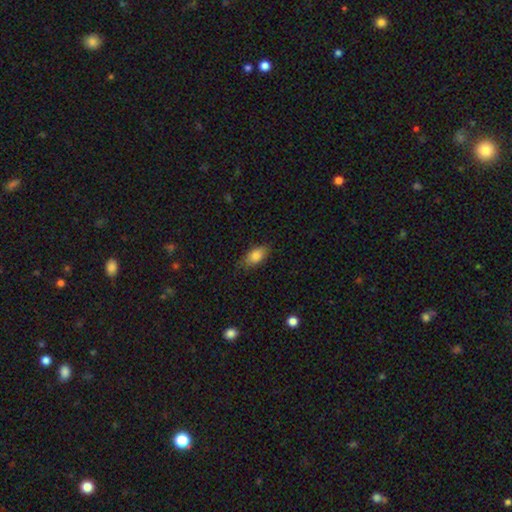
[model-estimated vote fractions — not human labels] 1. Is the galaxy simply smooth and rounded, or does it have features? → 84% smooth, 8% featured or disk, 8% star or artifact.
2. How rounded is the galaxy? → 88% in between, 6% cigar-shaped, 6% round.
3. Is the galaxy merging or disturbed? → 76% none, 19% minor disturbance, 4% major disturbance, 1% merger.